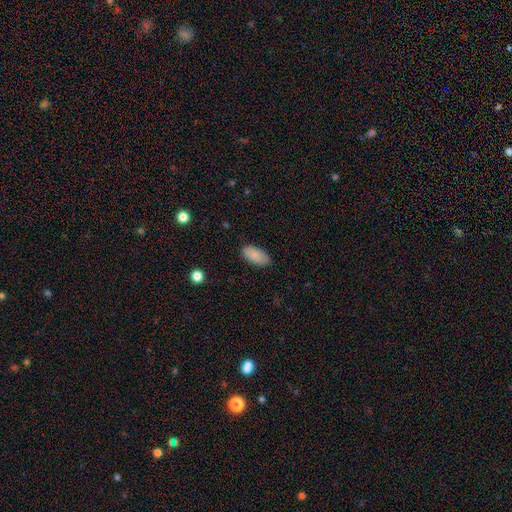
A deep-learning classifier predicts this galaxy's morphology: A smooth galaxy with no disk features (85%) that is in between round and cigar-shaped (93%).

Vote fractions:
- Smooth or featured? smooth: 85% / featured or disk: 8% / star or artifact: 7%
- How rounded? in between: 93% / cigar-shaped: 5% / round: 2%
- Merging? none: 84% / minor disturbance: 12% / major disturbance: 2% / merger: 1%